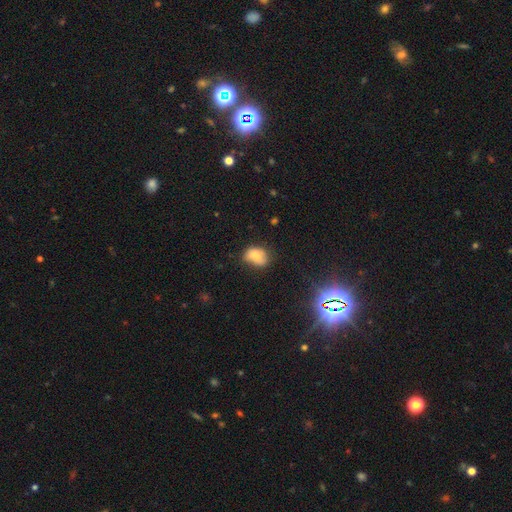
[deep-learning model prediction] Morphology: type=smooth (74%); roundness=in between (71%); merging=none (54%).